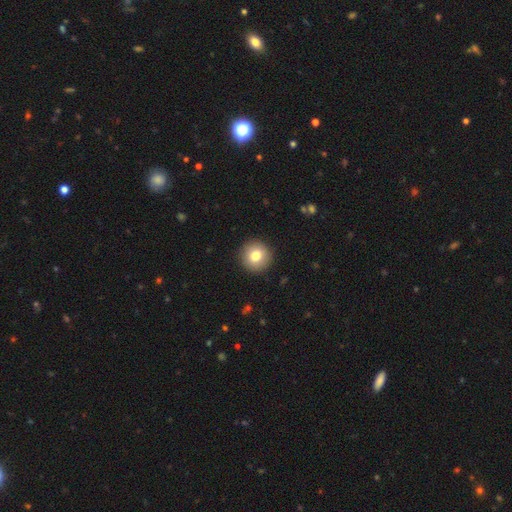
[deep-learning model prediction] Overall: smooth (79%). How rounded: round (95%). Merging: none (92%).